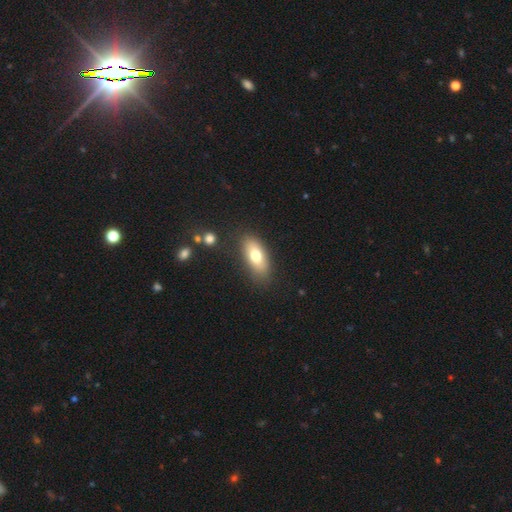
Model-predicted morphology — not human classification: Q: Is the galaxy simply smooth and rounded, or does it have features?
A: smooth — 71%.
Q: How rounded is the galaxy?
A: in between — 81%.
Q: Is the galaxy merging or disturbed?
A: none — 82%.